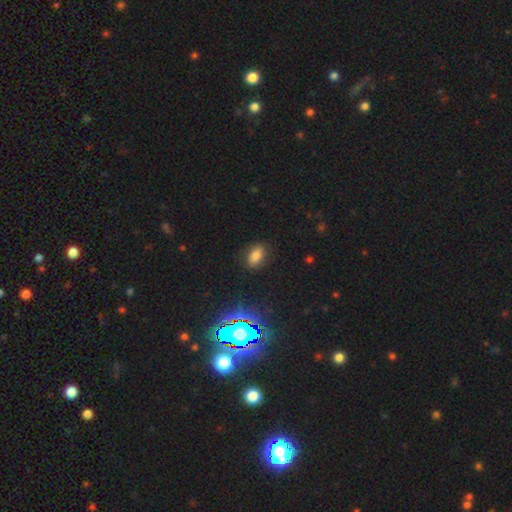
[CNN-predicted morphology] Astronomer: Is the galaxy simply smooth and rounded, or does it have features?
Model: smooth — 67%.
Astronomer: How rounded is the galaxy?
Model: in between — 83%.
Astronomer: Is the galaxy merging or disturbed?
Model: none — 84%.